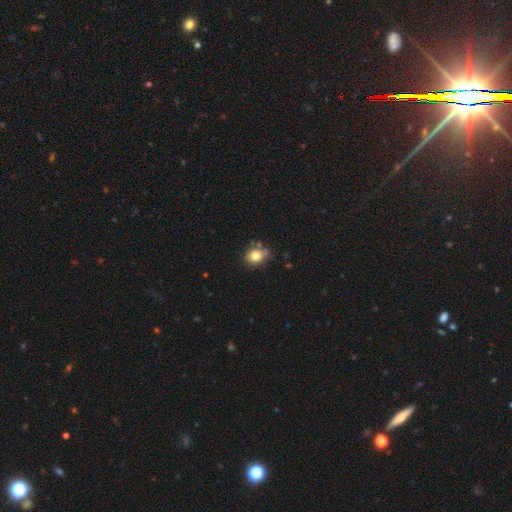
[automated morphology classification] Smooth or featured?
  - smooth: 78% *
  - star or artifact: 12%
  - featured or disk: 10%
How rounded?
  - round: 71% *
  - in between: 28%
  - cigar-shaped: 1%
Merging?
  - none: 67% *
  - minor disturbance: 20%
  - merger: 9%
  - major disturbance: 5%